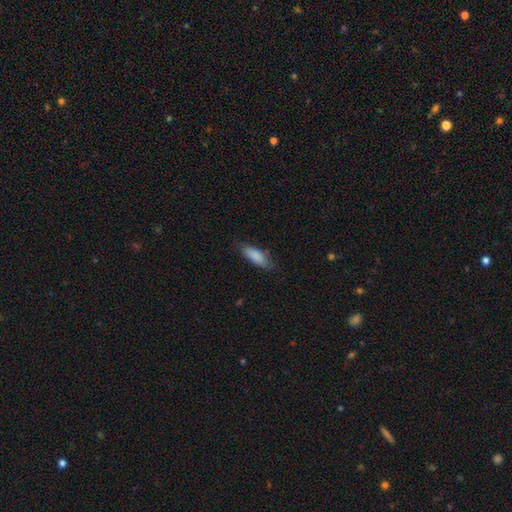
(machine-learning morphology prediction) This is clearly a smooth galaxy (86%). How rounded: likely in between (66%). Merging: likely none (75%).